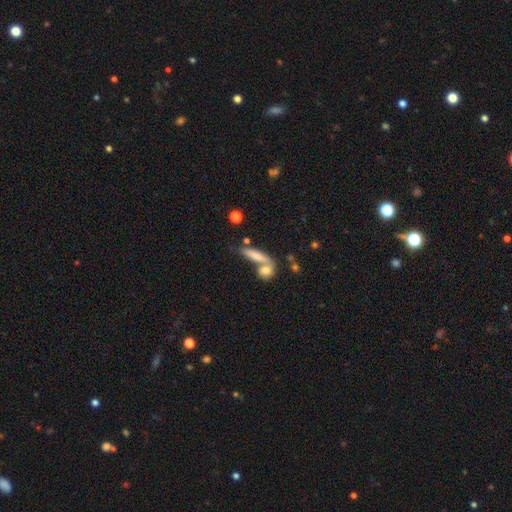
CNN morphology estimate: smooth 72%, featured or disk 20%, star or artifact 8%. Down the decision tree: how rounded — cigar-shaped (64%); merging — none (46%).